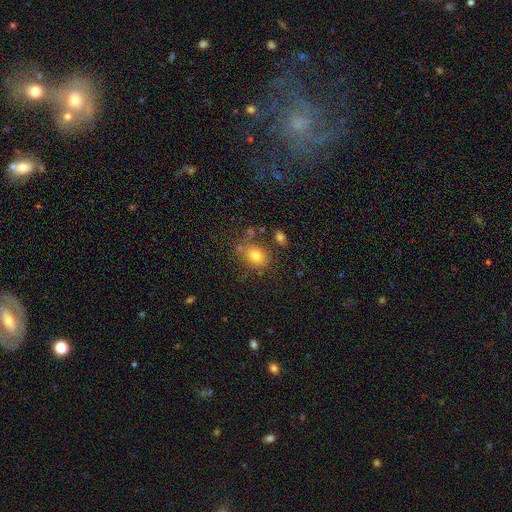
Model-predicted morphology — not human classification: smooth_or_featured: smooth (p=0.76) [alt: star or artifact p=0.13]
how_rounded: in between (p=0.55) [alt: round p=0.44]
merging: none (p=0.67) [alt: minor disturbance p=0.18]